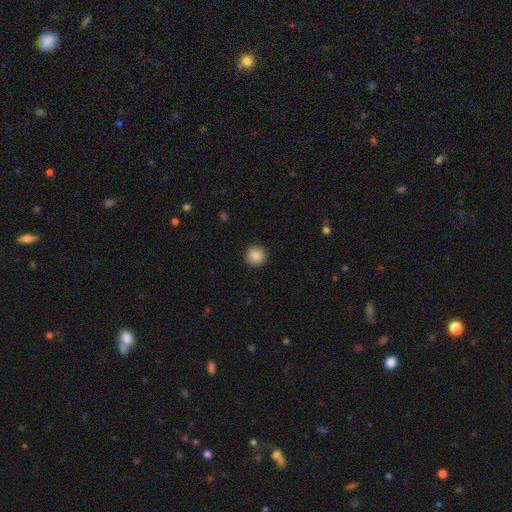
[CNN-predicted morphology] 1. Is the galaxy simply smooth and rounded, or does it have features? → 88% smooth, 9% star or artifact, 4% featured or disk.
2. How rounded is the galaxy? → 95% round, 4% in between, 1% cigar-shaped.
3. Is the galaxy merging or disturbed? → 93% none, 5% minor disturbance, 2% major disturbance, 1% merger.